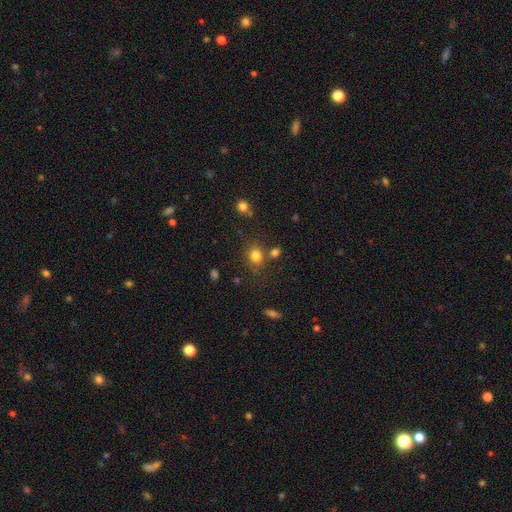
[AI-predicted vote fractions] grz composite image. It shows a smooth galaxy with no disk features (79%) that is round (67%). Merging: none (70%).